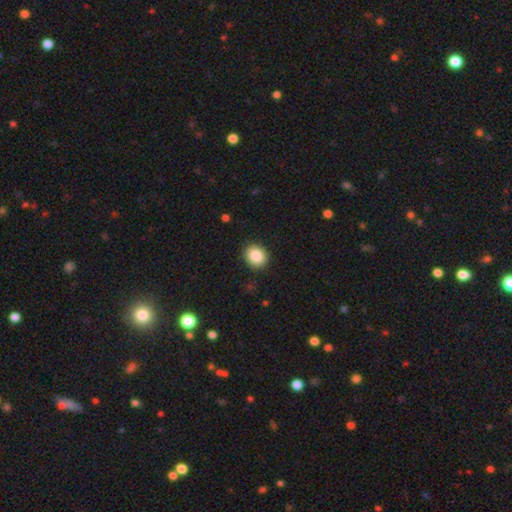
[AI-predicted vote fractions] Q: Smooth or featured?
A: smooth (87%); runner-up: star or artifact (9%)
Q: How rounded?
A: round (71%); runner-up: in between (28%)
Q: Merging?
A: none (89%); runner-up: minor disturbance (8%)